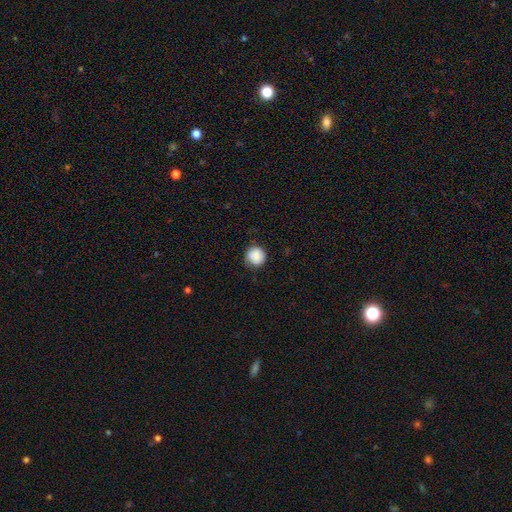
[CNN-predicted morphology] smooth-or-featured: smooth: 87% | star or artifact: 8% | featured or disk: 4%
  how-rounded: round: 91% | in between: 8% | cigar-shaped: 1%
  merging: none: 81% | minor disturbance: 15% | major disturbance: 3% | merger: 1%